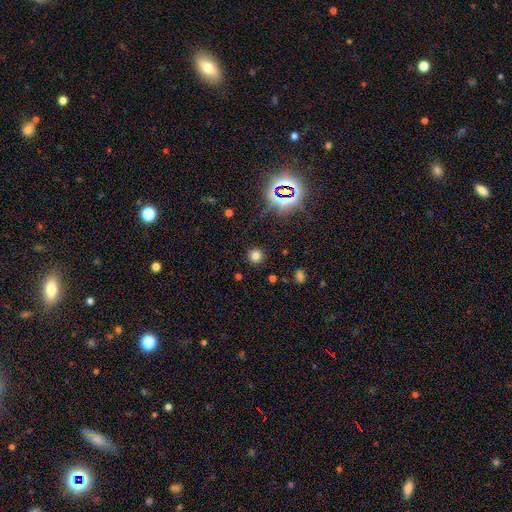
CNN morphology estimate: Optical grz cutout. It shows a smooth galaxy with no disk features (73%) that is round (93%). Merging: none (90%).